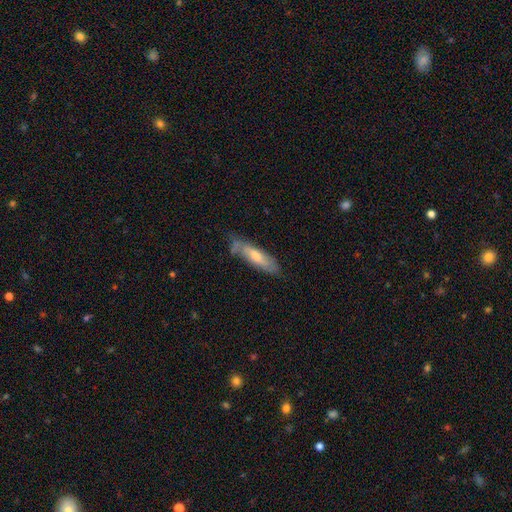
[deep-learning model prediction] Smooth or featured? smooth (48%)
Merging? none (63%)